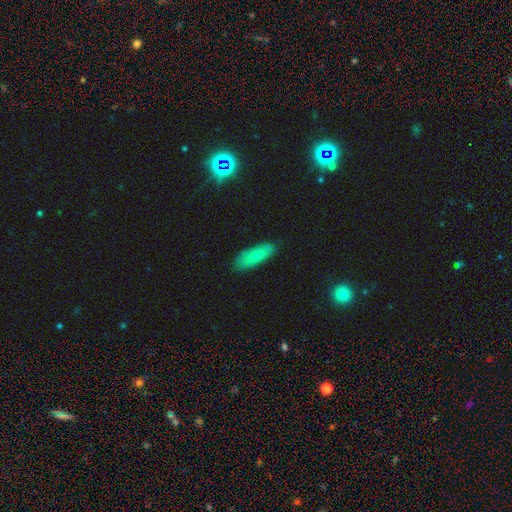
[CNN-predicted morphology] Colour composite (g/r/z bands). It shows a smooth galaxy with no disk features (74%) that is in between round and cigar-shaped (63%). Merging: none (82%).